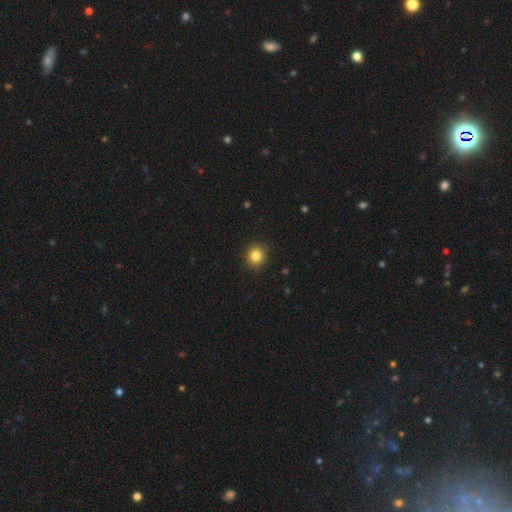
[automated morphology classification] smooth_or_featured: smooth (p=0.83) [alt: star or artifact p=0.11]
how_rounded: round (p=0.85) [alt: in between p=0.14]
merging: none (p=0.90) [alt: minor disturbance p=0.07]